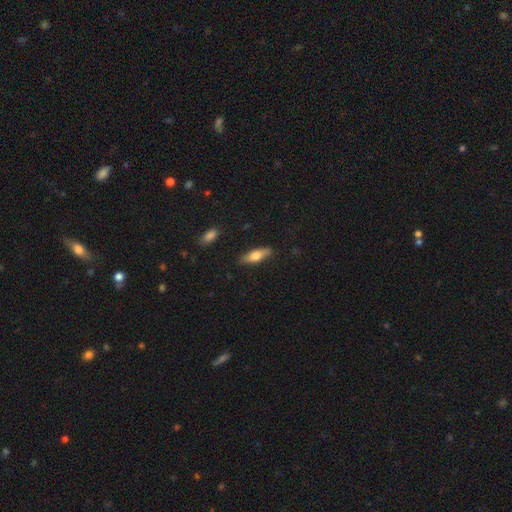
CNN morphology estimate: Smooth or featured? Predicted: smooth (p=0.66). How rounded? Predicted: in between (p=0.52). Merging? Predicted: none (p=0.85).